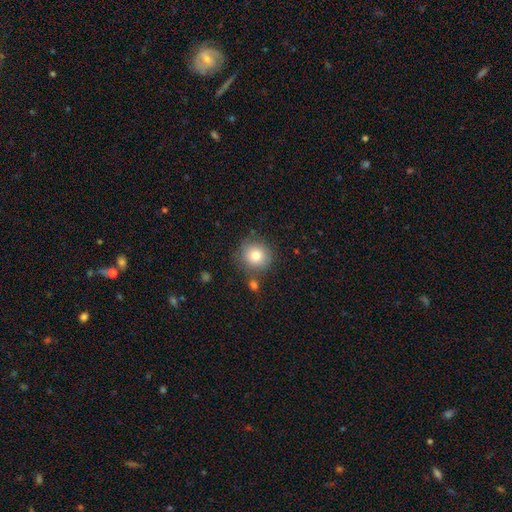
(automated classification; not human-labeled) smooth_or_featured: smooth (p=0.79) [alt: featured or disk p=0.11]
how_rounded: round (p=0.91) [alt: in between p=0.08]
merging: none (p=0.77) [alt: minor disturbance p=0.12]